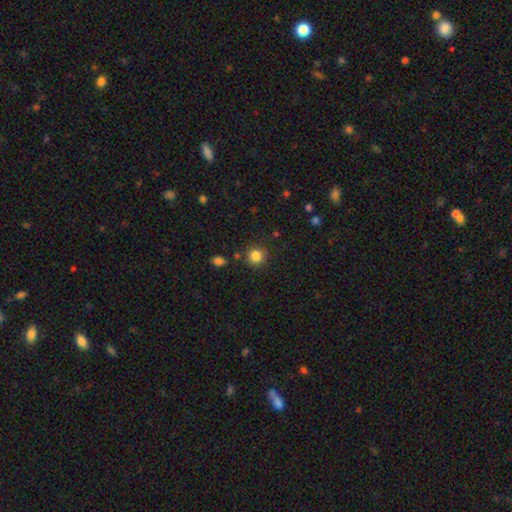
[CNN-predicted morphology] Smooth or featured?
  - smooth: 84% *
  - star or artifact: 11%
  - featured or disk: 5%
How rounded?
  - round: 91% *
  - in between: 8%
  - cigar-shaped: 1%
Merging?
  - none: 84% *
  - minor disturbance: 9%
  - merger: 5%
  - major disturbance: 3%